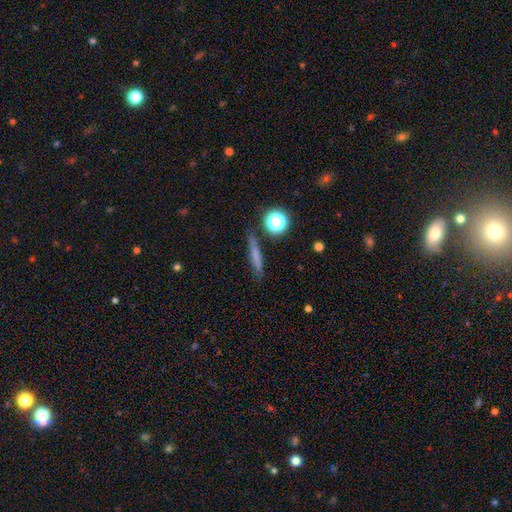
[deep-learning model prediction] A smooth galaxy with no disk features (65%) that is cigar-shaped (84%).

Vote fractions:
- Smooth or featured? smooth: 65% / featured or disk: 24% / star or artifact: 12%
- How rounded? cigar-shaped: 84% / round: 8% / in between: 7%
- Merging? none: 84% / minor disturbance: 11% / major disturbance: 3% / merger: 3%